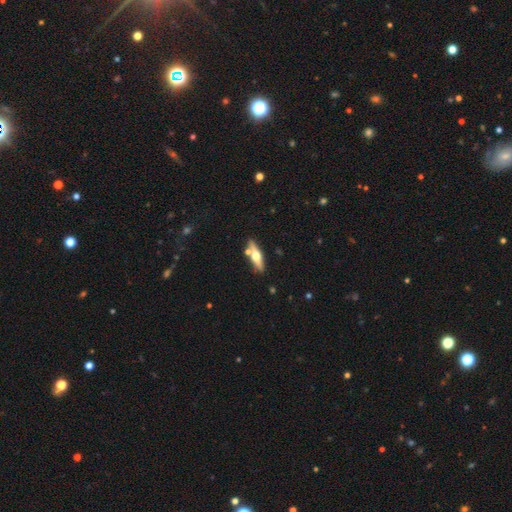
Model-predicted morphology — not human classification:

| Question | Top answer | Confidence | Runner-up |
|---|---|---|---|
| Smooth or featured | featured or disk | 54% | smooth (40%) |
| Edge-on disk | yes | 90% | no (10%) |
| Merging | none | 77% | minor disturbance (11%) |